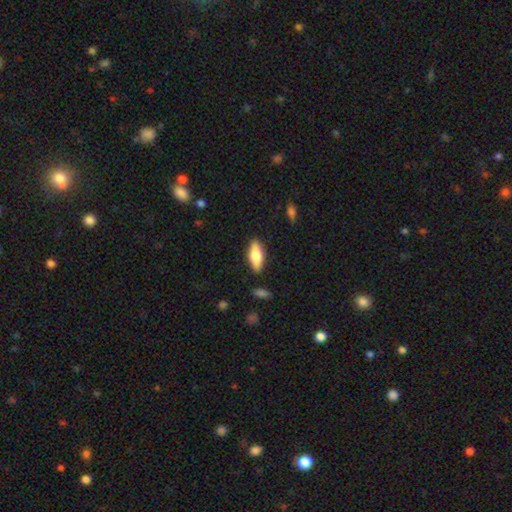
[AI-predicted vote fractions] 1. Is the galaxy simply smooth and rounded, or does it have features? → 65% smooth, 28% featured or disk, 6% star or artifact.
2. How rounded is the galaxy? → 66% in between, 31% cigar-shaped, 2% round.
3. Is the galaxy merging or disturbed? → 87% none, 10% minor disturbance, 2% major disturbance, 2% merger.